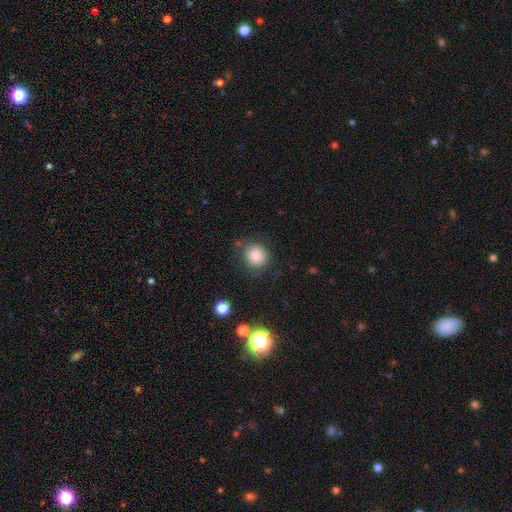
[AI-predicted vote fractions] Q: Smooth or featured?
A: smooth (85%); runner-up: star or artifact (10%)
Q: How rounded?
A: round (89%); runner-up: in between (11%)
Q: Merging?
A: none (78%); runner-up: minor disturbance (14%)